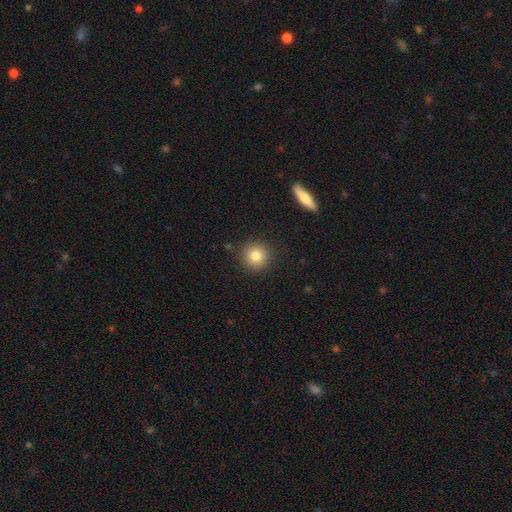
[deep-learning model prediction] smooth-or-featured: smooth: 81% | star or artifact: 10% | featured or disk: 8%
  how-rounded: round: 94% | in between: 5% | cigar-shaped: 1%
  merging: none: 90% | minor disturbance: 6% | major disturbance: 2% | merger: 2%